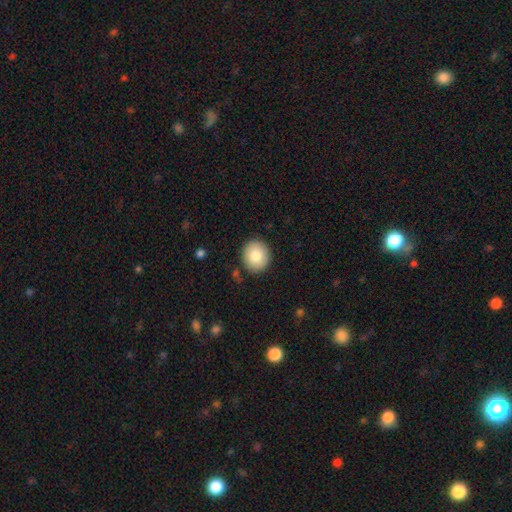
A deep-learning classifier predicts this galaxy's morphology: This is clearly a smooth galaxy (81%). How rounded: clearly round (81%). Merging: clearly none (88%).